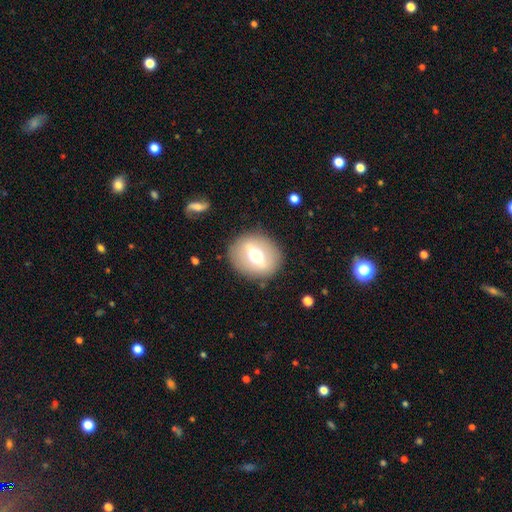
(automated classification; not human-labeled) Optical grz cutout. It shows a featured or disk galaxy (47%). Merging: none (85%).